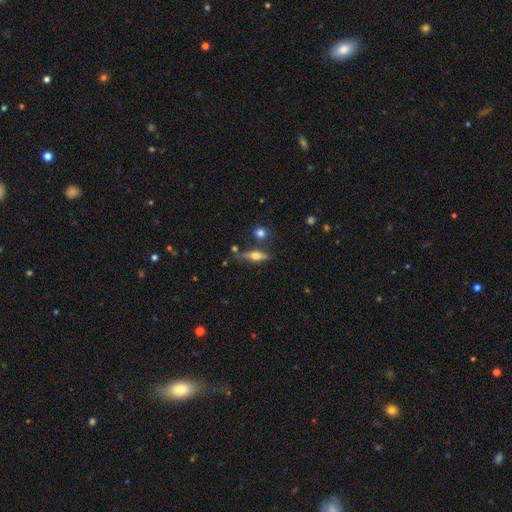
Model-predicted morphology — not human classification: A featured or disk galaxy (52%) viewed edge-on (91%).

Vote fractions:
- Smooth or featured? featured or disk: 52% / smooth: 39% / star or artifact: 8%
- Edge-on disk? yes: 91% / no: 9%
- Merging? none: 71% / minor disturbance: 15% / merger: 9% / major disturbance: 5%